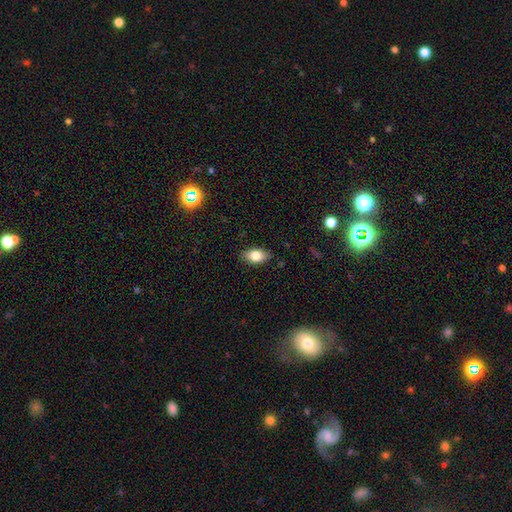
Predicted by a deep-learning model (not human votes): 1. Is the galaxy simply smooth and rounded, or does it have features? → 80% smooth, 12% featured or disk, 8% star or artifact.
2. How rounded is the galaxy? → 89% in between, 7% round, 4% cigar-shaped.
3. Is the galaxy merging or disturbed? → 85% none, 12% minor disturbance, 2% major disturbance, 1% merger.